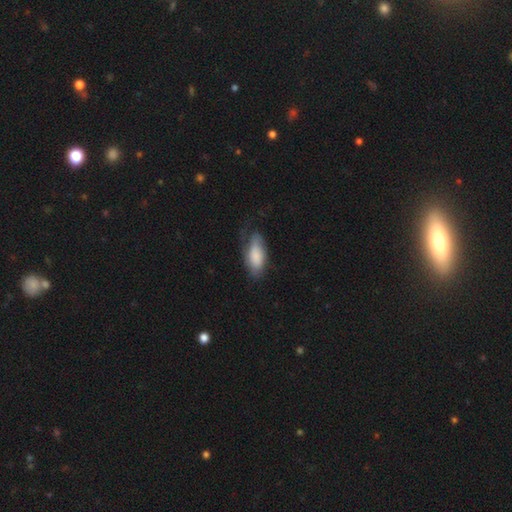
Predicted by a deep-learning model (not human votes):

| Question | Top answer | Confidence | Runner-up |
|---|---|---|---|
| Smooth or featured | smooth | 74% | featured or disk (20%) |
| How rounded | in between | 85% | cigar-shaped (13%) |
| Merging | none | 46% | minor disturbance (32%) |